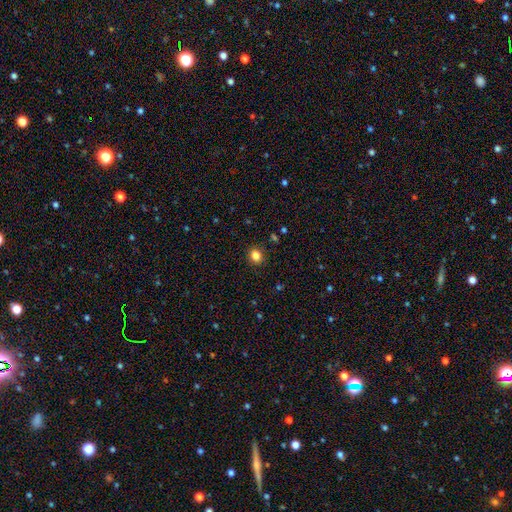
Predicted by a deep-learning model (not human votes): A smooth galaxy with no disk features (84%) that is round (61%).

Vote fractions:
- Smooth or featured? smooth: 84% / star or artifact: 11% / featured or disk: 5%
- How rounded? round: 61% / in between: 38% / cigar-shaped: 1%
- Merging? none: 89% / minor disturbance: 8% / major disturbance: 2% / merger: 1%